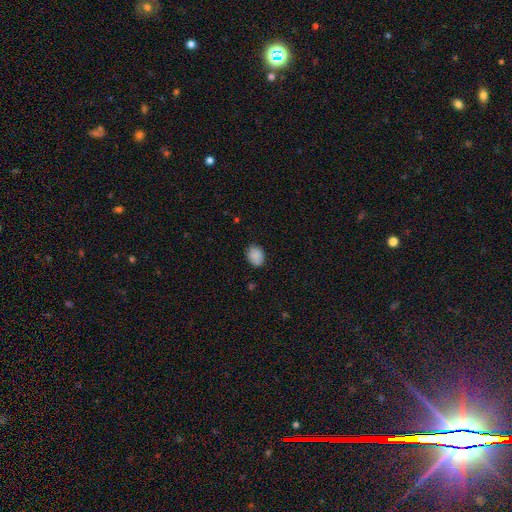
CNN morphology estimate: Q: Smooth or featured?
A: smooth (88%); runner-up: star or artifact (8%)
Q: How rounded?
A: in between (59%); runner-up: round (40%)
Q: Merging?
A: none (79%); runner-up: minor disturbance (17%)